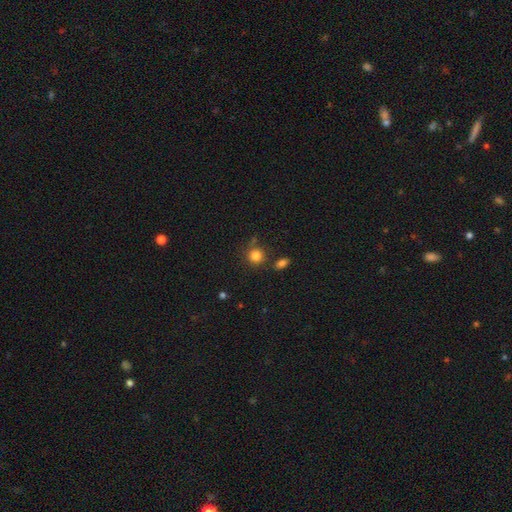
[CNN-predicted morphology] smooth-or-featured: smooth: 82% | star or artifact: 12% | featured or disk: 6%
  how-rounded: round: 87% | in between: 11% | cigar-shaped: 1%
  merging: none: 74% | minor disturbance: 12% | merger: 10% | major disturbance: 4%